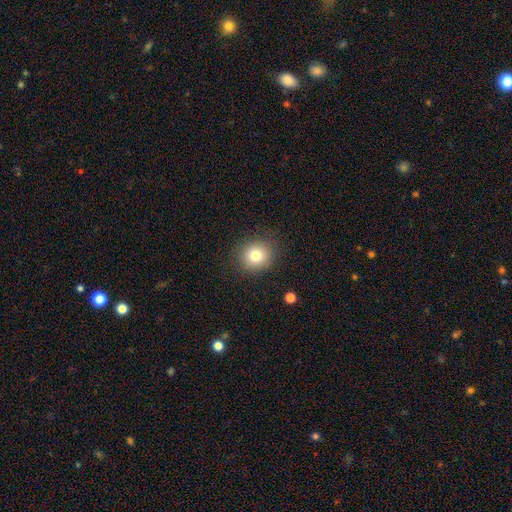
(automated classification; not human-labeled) smooth 79%, star or artifact 12%, featured or disk 10%. Down the decision tree: how rounded — round (86%); merging — none (87%).